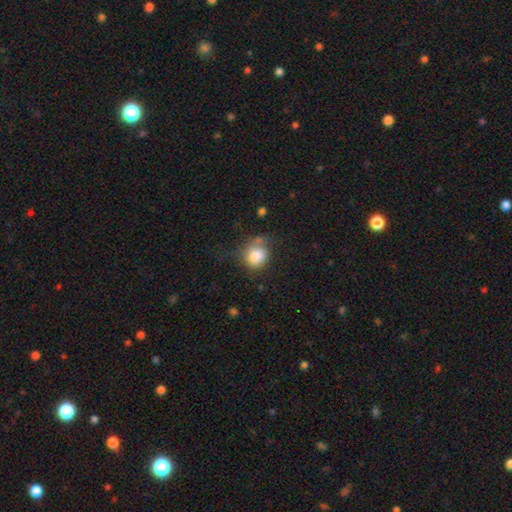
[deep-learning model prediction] Smooth or featured? smooth (83%)
How rounded? round (69%)
Merging? none (47%)